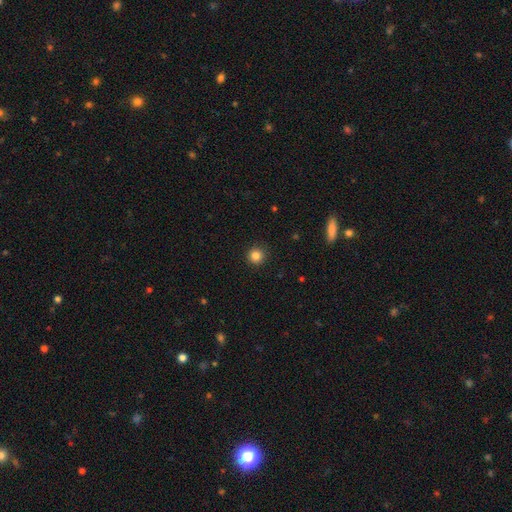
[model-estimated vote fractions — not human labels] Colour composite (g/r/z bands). It shows a smooth galaxy with no disk features (85%) that is round (95%). Merging: none (92%).